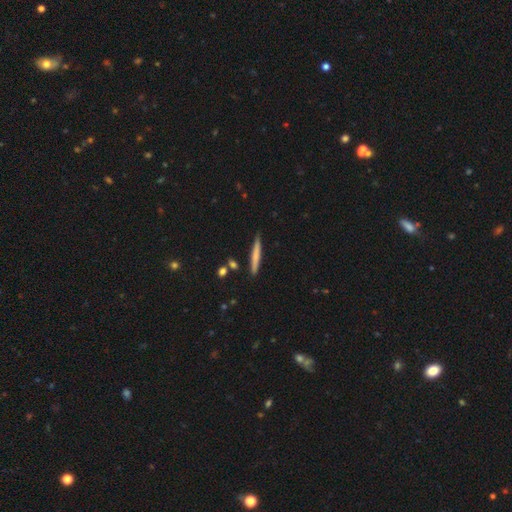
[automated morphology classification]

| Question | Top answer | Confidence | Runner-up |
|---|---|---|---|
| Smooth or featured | smooth | 66% | featured or disk (29%) |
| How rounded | cigar-shaped | 96% | in between (3%) |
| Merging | none | 86% | minor disturbance (9%) |